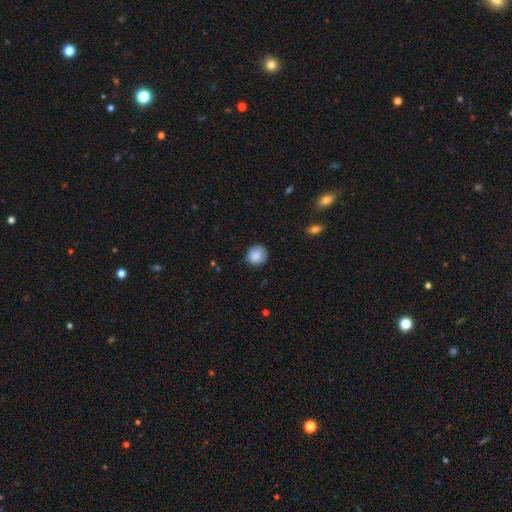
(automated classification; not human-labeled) This is clearly a smooth galaxy (87%). How rounded: clearly round (84%). Merging: likely none (80%).